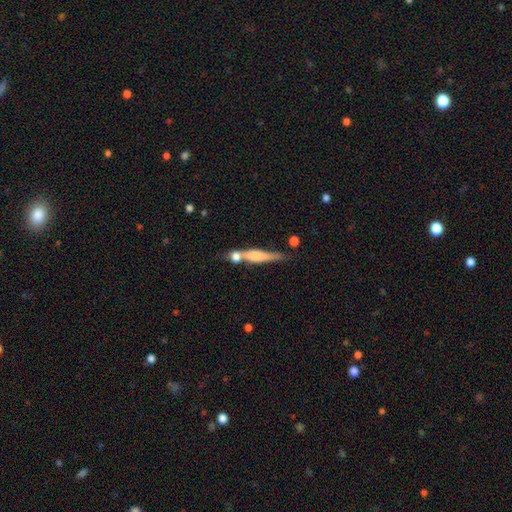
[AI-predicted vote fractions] This appears to be a featured or disk galaxy (49%). Merging: none (47%).